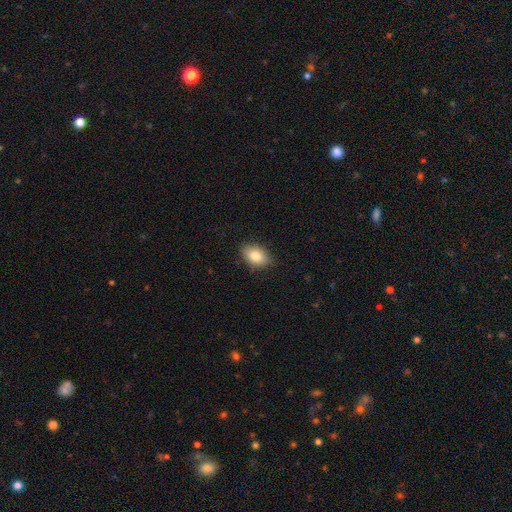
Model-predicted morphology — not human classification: This is clearly a smooth galaxy (82%). How rounded: clearly in between (84%). Merging: clearly none (85%).